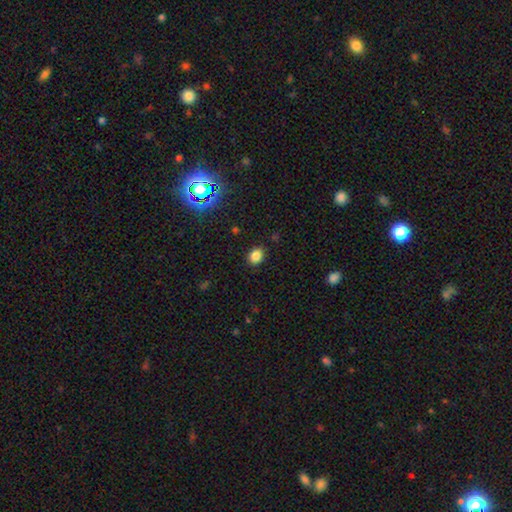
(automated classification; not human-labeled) The model was most divided on "how rounded": round: 59%, in between: 40%, cigar-shaped: 1%. More confident: merging — none (88%); smooth or featured — smooth (83%).